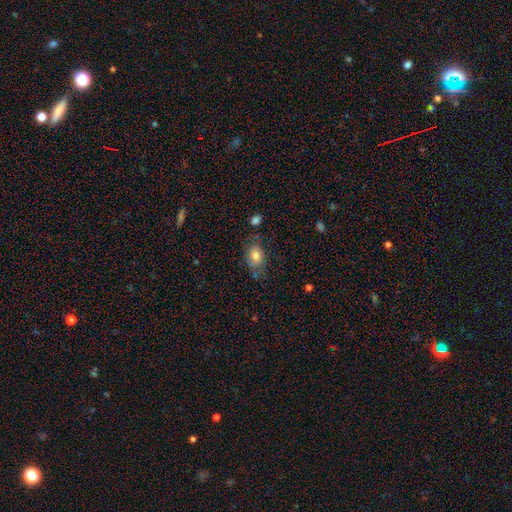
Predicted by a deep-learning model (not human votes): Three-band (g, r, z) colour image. It shows a smooth galaxy with no disk features (78%) that is in between round and cigar-shaped (80%). Merging: none (59%).